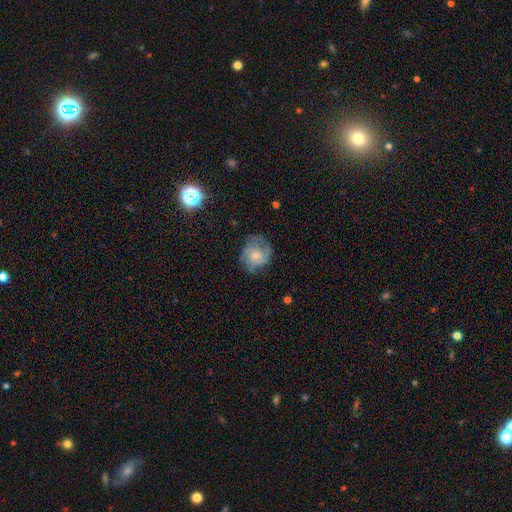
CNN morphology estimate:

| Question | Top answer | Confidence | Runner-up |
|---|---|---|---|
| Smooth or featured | featured or disk | 54% | smooth (37%) |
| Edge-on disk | no | 97% | yes (3%) |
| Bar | no | 77% | weak (20%) |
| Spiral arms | yes | 76% | no (24%) |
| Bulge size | small | 55% | moderate (35%) |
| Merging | none | 57% | minor disturbance (25%) |